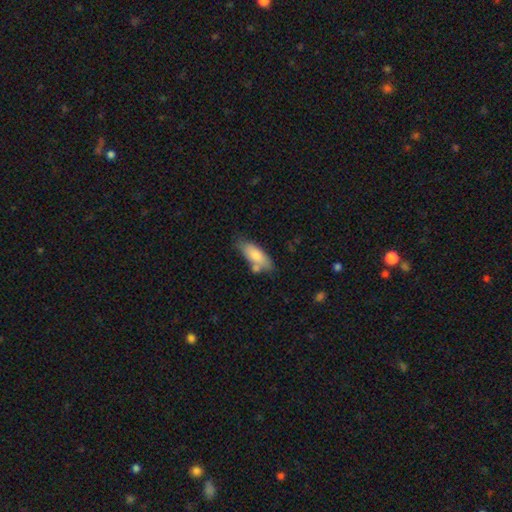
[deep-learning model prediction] Q: Smooth or featured?
A: smooth (79%); runner-up: featured or disk (15%)
Q: How rounded?
A: in between (74%); runner-up: cigar-shaped (23%)
Q: Merging?
A: none (57%); runner-up: minor disturbance (21%)